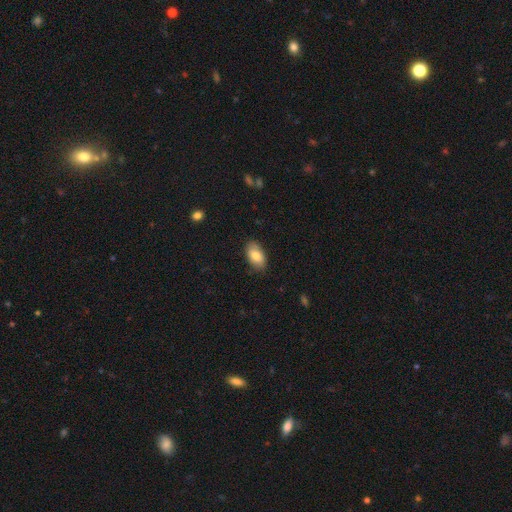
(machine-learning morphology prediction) smooth 80%, featured or disk 13%, star or artifact 7%. Down the decision tree: how rounded — in between (92%); merging — none (83%).